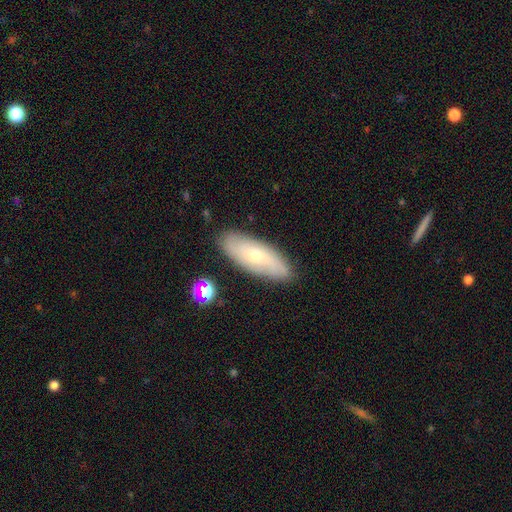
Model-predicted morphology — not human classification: Smooth or featured?
  - smooth: 49% *
  - featured or disk: 44%
  - star or artifact: 7%
Merging?
  - none: 84% *
  - minor disturbance: 12%
  - major disturbance: 3%
  - merger: 2%